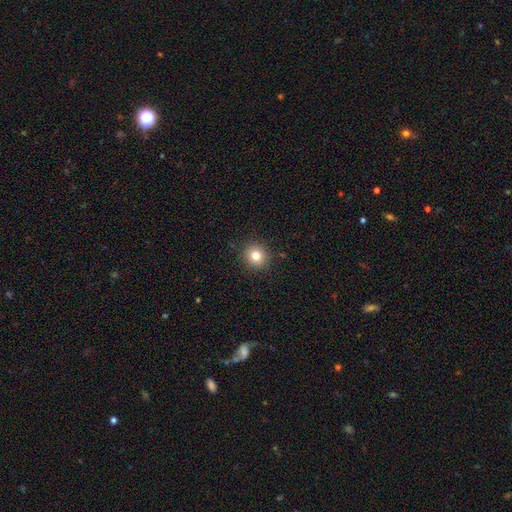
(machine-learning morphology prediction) This is clearly a smooth galaxy (80%). How rounded: clearly round (89%). Merging: clearly none (90%).